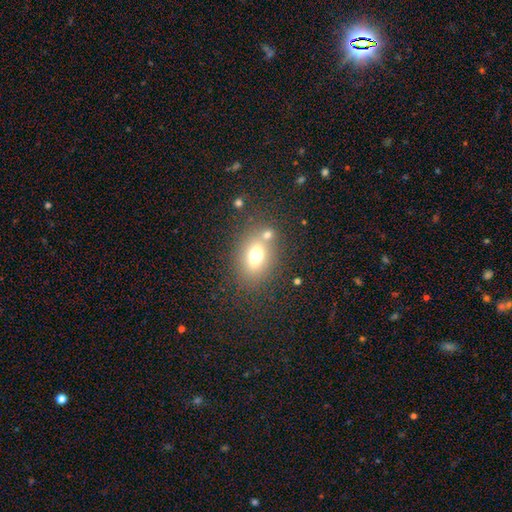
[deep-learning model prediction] Q: Smooth or featured?
A: smooth (68%); runner-up: featured or disk (19%)
Q: How rounded?
A: in between (72%); runner-up: round (25%)
Q: Merging?
A: none (62%); runner-up: merger (21%)